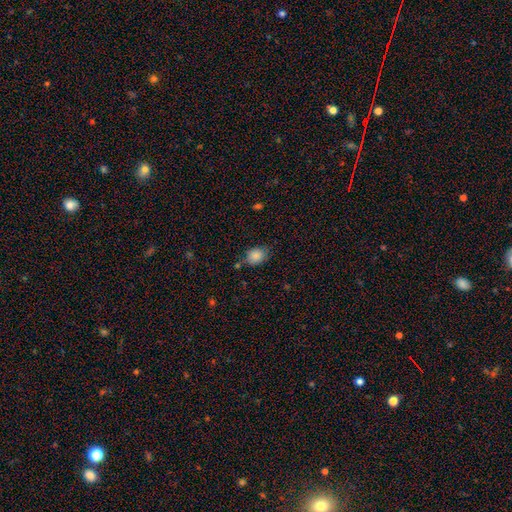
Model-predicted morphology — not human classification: A smooth galaxy with no disk features (86%) that is in between round and cigar-shaped (50%).

Vote fractions:
- Smooth or featured? smooth: 86% / star or artifact: 9% / featured or disk: 5%
- How rounded? in between: 50% / round: 49% / cigar-shaped: 1%
- Merging? none: 72% / minor disturbance: 20% / merger: 5% / major disturbance: 4%